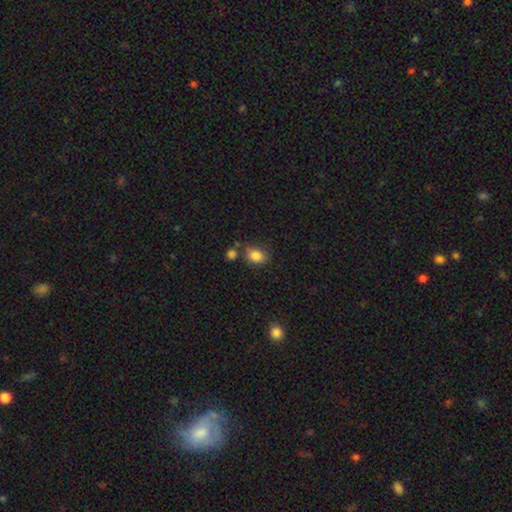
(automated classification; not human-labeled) This is clearly a smooth galaxy (84%). How rounded: likely in between (69%). Merging: likely none (67%).